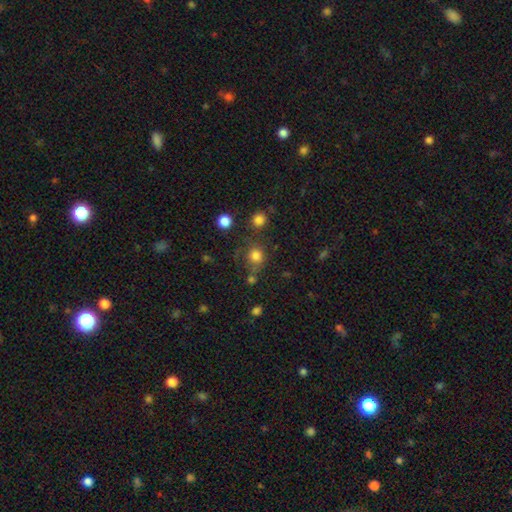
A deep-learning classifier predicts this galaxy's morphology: Smooth or featured: smooth — 78% (star or artifact — 15%)
How rounded: round — 86% (in between — 13%)
Merging: none — 66% (minor disturbance — 14%)